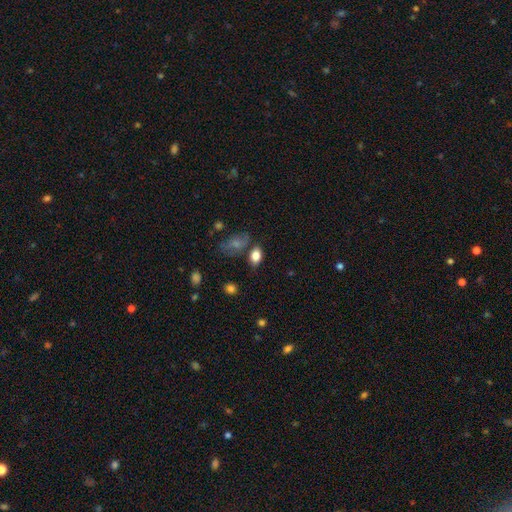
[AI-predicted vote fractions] Smooth or featured?
  - smooth: 83% *
  - star or artifact: 9%
  - featured or disk: 8%
How rounded?
  - in between: 86% *
  - round: 12%
  - cigar-shaped: 2%
Merging?
  - none: 73% *
  - minor disturbance: 15%
  - merger: 8%
  - major disturbance: 4%